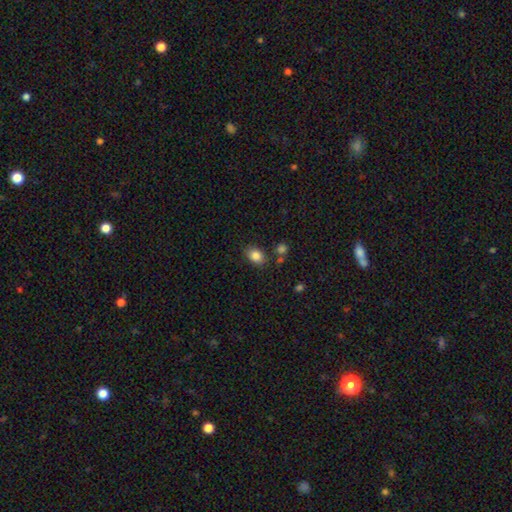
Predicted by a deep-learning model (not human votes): Smooth or featured?
  - smooth: 84% *
  - star or artifact: 10%
  - featured or disk: 6%
How rounded?
  - in between: 66% *
  - round: 33%
  - cigar-shaped: 1%
Merging?
  - none: 78% *
  - minor disturbance: 12%
  - merger: 7%
  - major disturbance: 3%